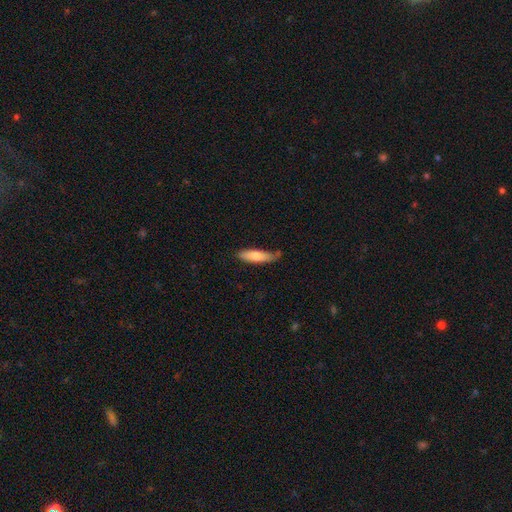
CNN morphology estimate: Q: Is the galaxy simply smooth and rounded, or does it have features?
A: smooth — 77%.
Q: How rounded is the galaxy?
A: cigar-shaped — 66%.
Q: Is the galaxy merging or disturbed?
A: none — 67%.